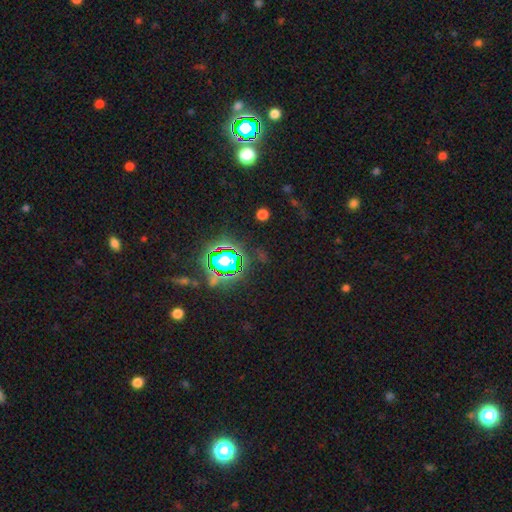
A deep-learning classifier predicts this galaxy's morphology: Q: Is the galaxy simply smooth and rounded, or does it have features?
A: star or artifact — 80%.